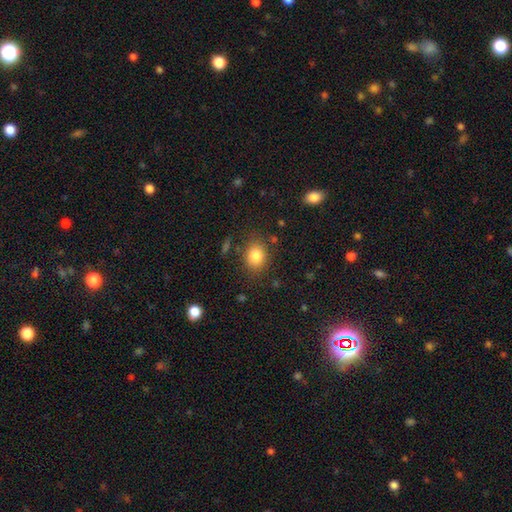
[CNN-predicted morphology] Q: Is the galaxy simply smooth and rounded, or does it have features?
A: smooth — 83%.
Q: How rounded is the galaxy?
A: round — 54%.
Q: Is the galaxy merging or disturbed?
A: none — 81%.